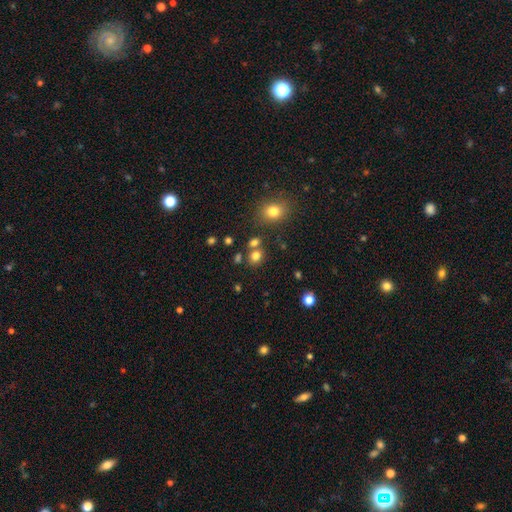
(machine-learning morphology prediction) Overall: smooth (77%). How rounded: round (65%; in between 33%). Merging: none (66%).